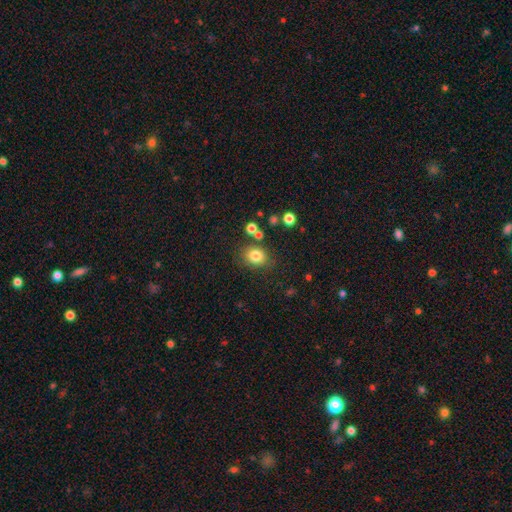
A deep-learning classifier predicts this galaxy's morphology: This appears to be a smooth galaxy with no disk features (80%) that is round (60%). Merging: none (76%).